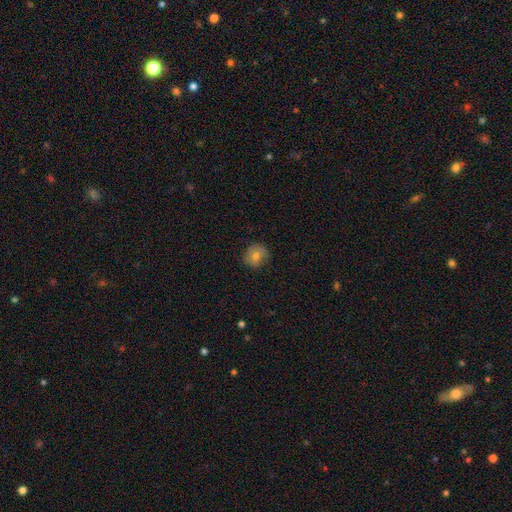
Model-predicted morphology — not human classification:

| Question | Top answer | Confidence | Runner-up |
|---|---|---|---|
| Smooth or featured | smooth | 71% | featured or disk (19%) |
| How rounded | round | 87% | in between (12%) |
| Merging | none | 79% | minor disturbance (16%) |